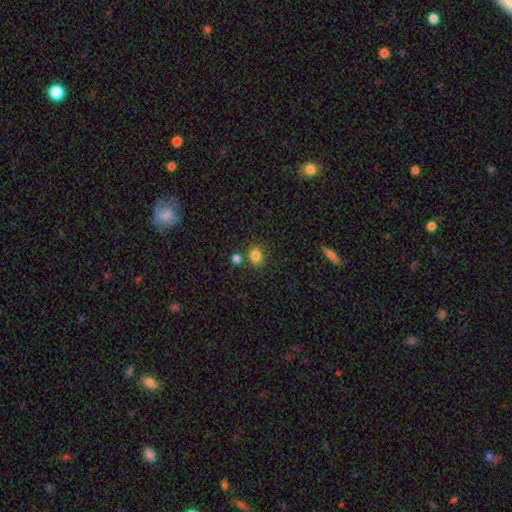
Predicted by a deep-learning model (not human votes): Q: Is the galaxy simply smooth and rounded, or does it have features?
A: smooth — 83%.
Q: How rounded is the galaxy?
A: round — 54%.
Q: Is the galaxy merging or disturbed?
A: none — 75%.